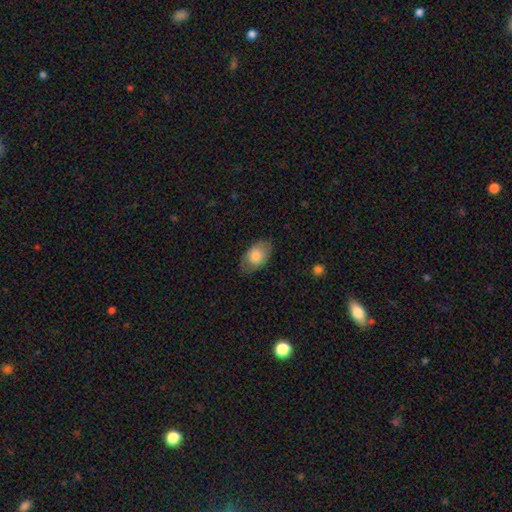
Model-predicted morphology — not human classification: Q: Smooth or featured?
A: smooth (78%); runner-up: featured or disk (16%)
Q: How rounded?
A: in between (89%); runner-up: round (10%)
Q: Merging?
A: none (72%); runner-up: minor disturbance (21%)